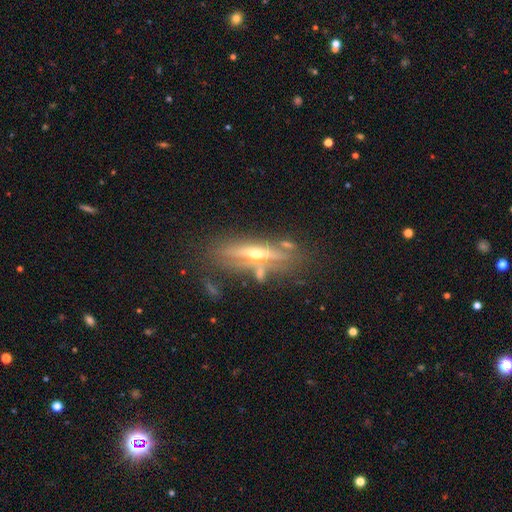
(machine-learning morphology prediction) Smooth or featured? featured or disk (73%)
Edge-on disk? yes (89%)
Edge-on bulge? rounded (92%)
Merging? none (69%)